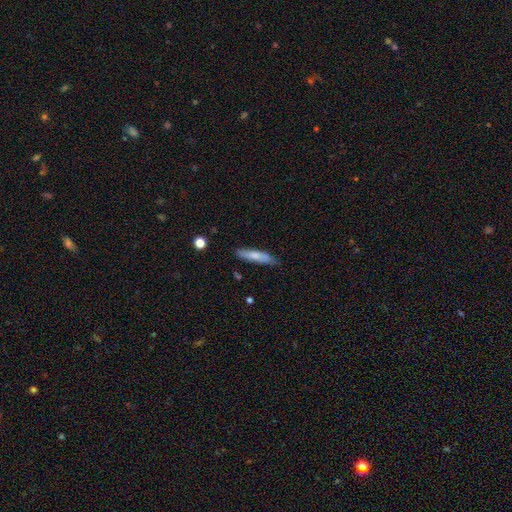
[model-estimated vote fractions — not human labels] The model was most divided on "smooth or featured": smooth: 68%, featured or disk: 26%, star or artifact: 6%. More confident: how rounded — cigar-shaped (81%); merging — none (79%).